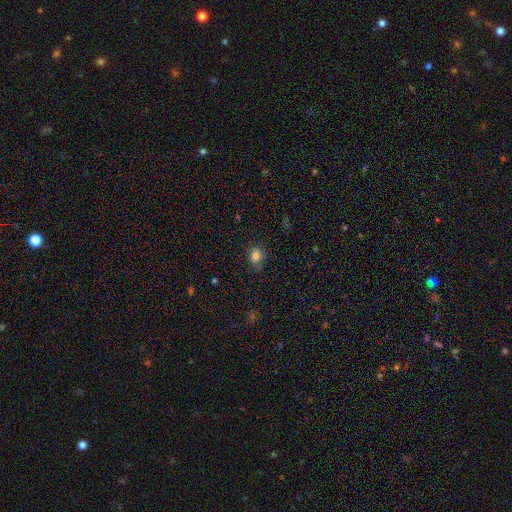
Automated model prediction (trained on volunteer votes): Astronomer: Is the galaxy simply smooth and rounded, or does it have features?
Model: smooth — 82%.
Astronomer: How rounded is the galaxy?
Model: round — 51% (runner-up: in between, 48%).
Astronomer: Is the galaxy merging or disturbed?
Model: none — 77%.